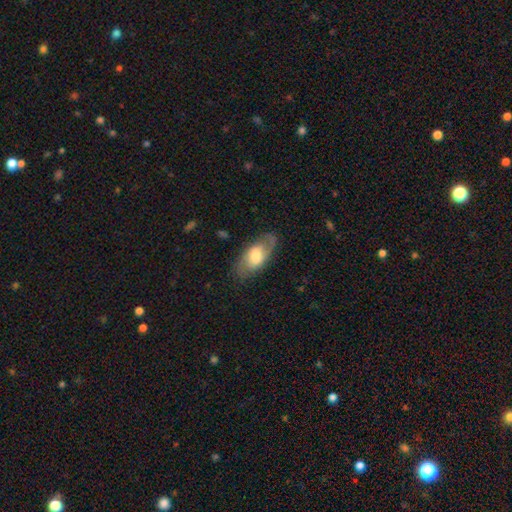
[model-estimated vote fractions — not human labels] Smooth or featured: featured or disk — 61% (smooth — 33%)
Edge-on disk: no — 90% (yes — 10%)
Bar: no — 45% (weak — 44%)
Spiral arms: yes — 85% (no — 15%)
Bulge size: moderate — 53% (large — 26%)
Merging: none — 76% (minor disturbance — 16%)